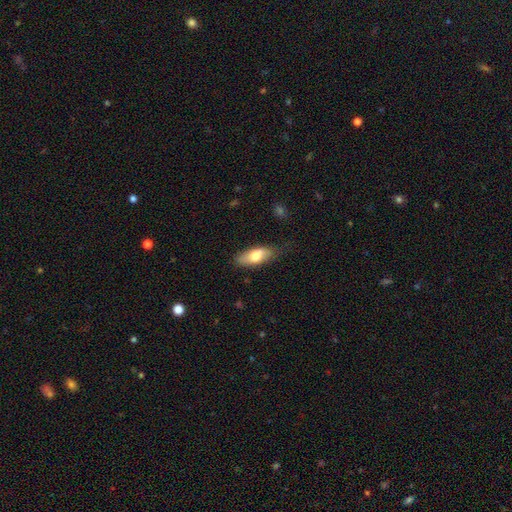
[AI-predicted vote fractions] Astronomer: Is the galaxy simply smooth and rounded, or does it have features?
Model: smooth — 73%.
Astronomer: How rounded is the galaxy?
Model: in between — 76%.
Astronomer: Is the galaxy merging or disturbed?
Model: none — 71%.